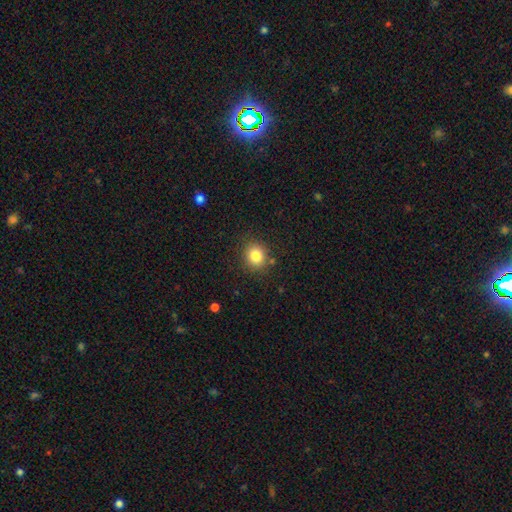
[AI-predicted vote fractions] This appears to be a smooth galaxy with no disk features (82%) that is round (83%). Merging: none (84%).